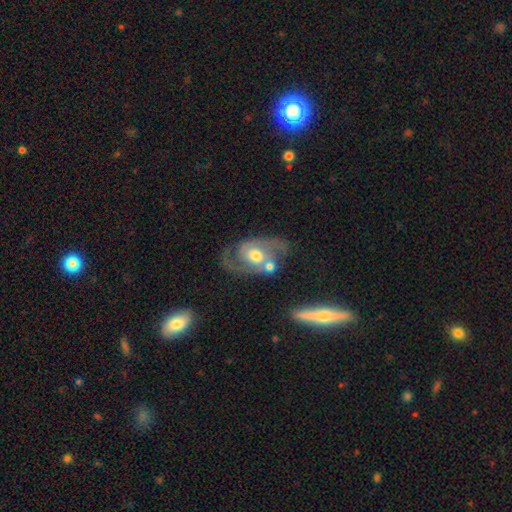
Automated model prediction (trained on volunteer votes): A featured or disk galaxy (83%) with no bar (68%), 2 (82%) medium (51%) spiral arms (94%) and a moderate central bulge (70%).

Vote fractions:
- Smooth or featured? featured or disk: 83% / smooth: 11% / star or artifact: 6%
- Edge-on disk? no: 97% / yes: 3%
- Bar? no: 68% / weak: 27% / strong: 6%
- Spiral arms? yes: 94% / no: 6%
- Spiral winding? medium: 51% / tight: 33% / loose: 16%
- Spiral arm count? 2: 82% / can't tell: 7% / 1: 5% / 3: 3% / 4: 1% / more than 4: 1%
- Bulge size? moderate: 70% / small: 16% / large: 11% / none: 2% / dominant: 1%
- Merging? none: 53% / merger: 18% / minor disturbance: 18% / major disturbance: 11%